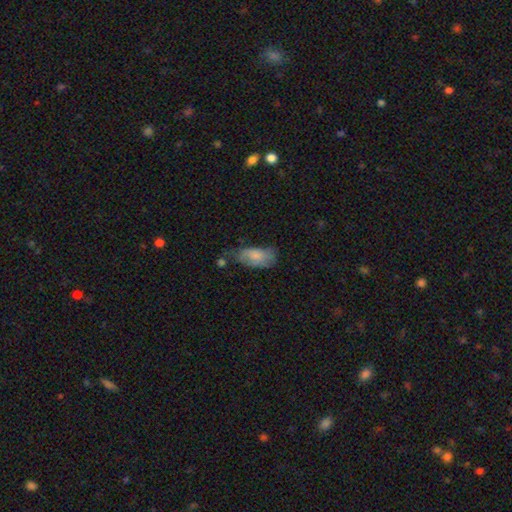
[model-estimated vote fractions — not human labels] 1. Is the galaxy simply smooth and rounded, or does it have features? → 71% smooth, 21% featured or disk, 7% star or artifact.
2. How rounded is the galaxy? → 91% in between, 6% cigar-shaped, 3% round.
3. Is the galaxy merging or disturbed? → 37% none (tied), 37% minor disturbance (tied), 20% major disturbance, 6% merger.